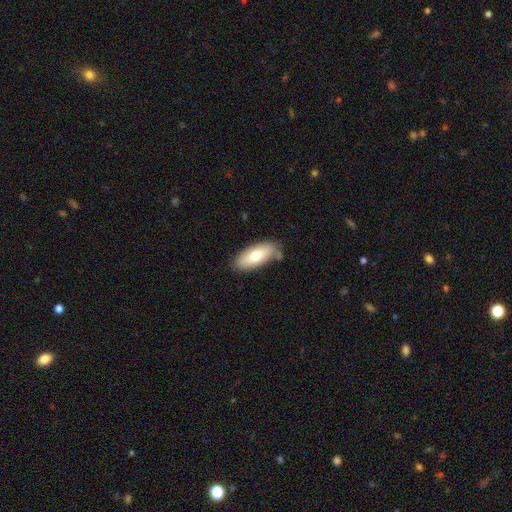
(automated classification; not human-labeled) This appears to be a smooth galaxy with no disk features (70%) that is in between round and cigar-shaped (85%). Merging: none (71%).